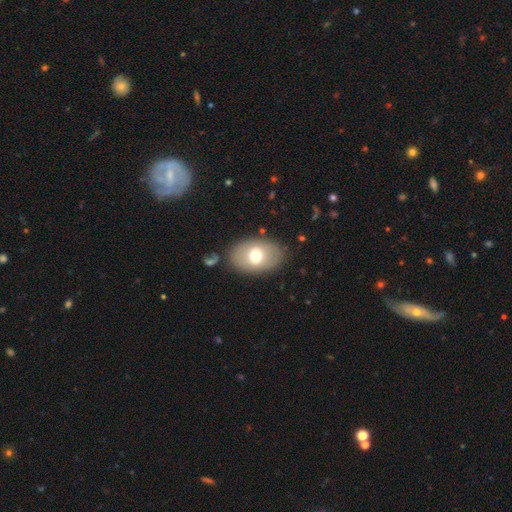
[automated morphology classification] type=smooth (66%); roundness=in between (83%); merging=none (82%).